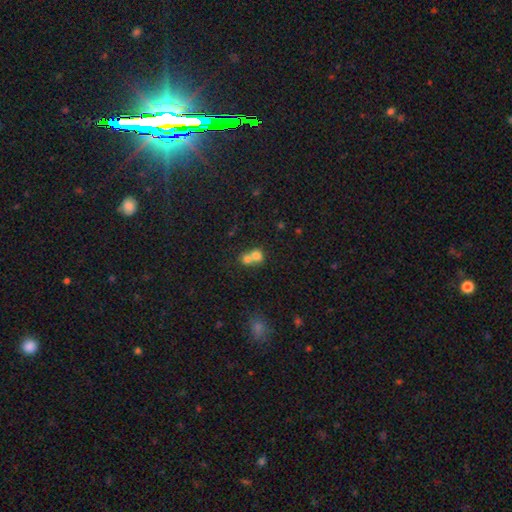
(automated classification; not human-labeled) Smooth or featured? smooth (73%)
How rounded? round (68%)
Merging? merger (70%)